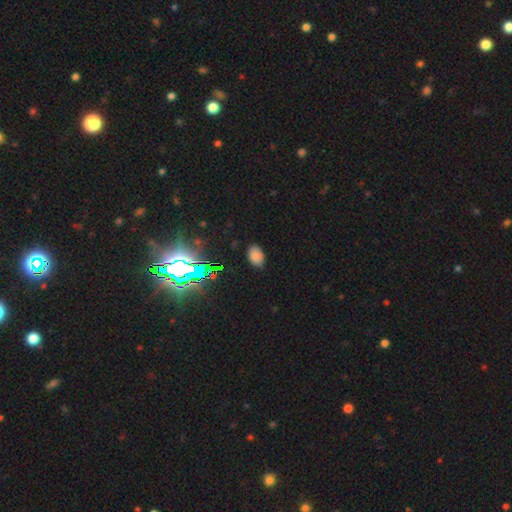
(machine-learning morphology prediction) smooth 76%, star or artifact 19%, featured or disk 5%. Down the decision tree: how rounded — in between (89%); merging — none (85%).